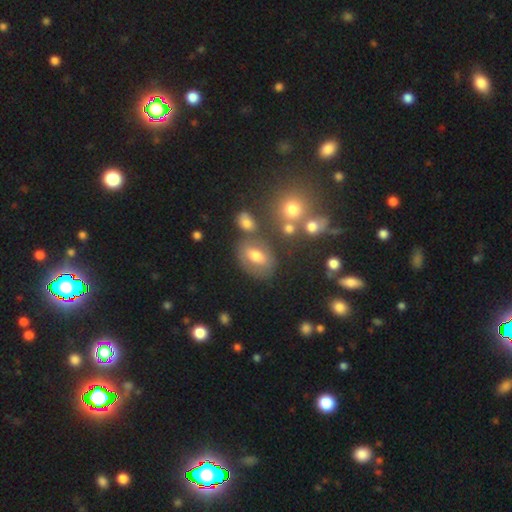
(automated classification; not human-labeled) The model was most divided on "smooth or featured": smooth: 59%, featured or disk: 29%, star or artifact: 12%. More confident: how rounded — in between (79%); merging — none (61%).